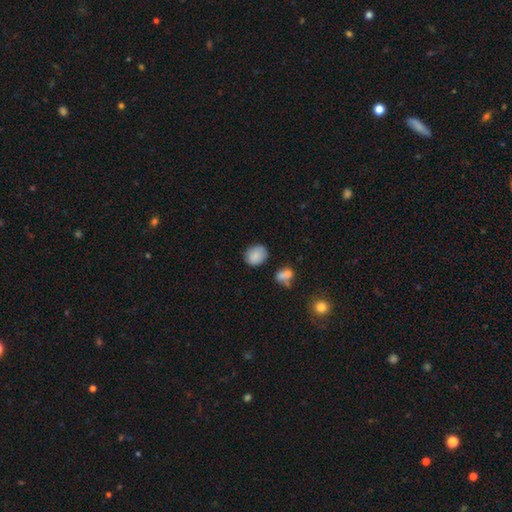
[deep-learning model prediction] smooth_or_featured: smooth (p=0.85) [alt: star or artifact p=0.08]
how_rounded: round (p=0.57) [alt: in between p=0.42]
merging: none (p=0.76) [alt: minor disturbance p=0.17]